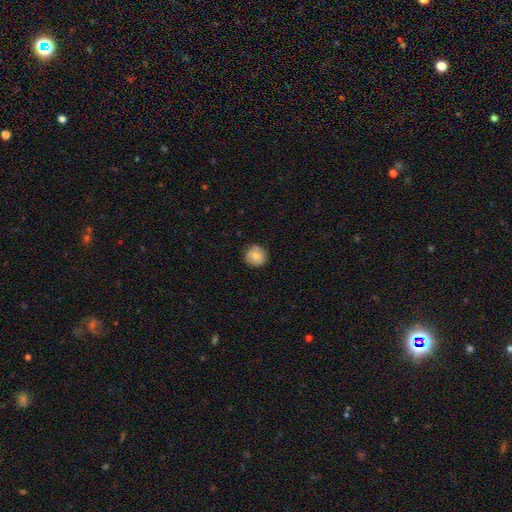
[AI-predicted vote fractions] This is likely a smooth galaxy (76%). How rounded: clearly round (93%). Merging: clearly none (83%).